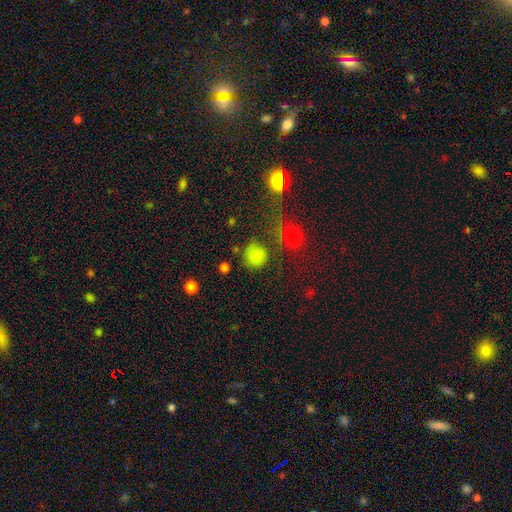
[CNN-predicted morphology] The model was most divided on "merging": none: 70%, minor disturbance: 15%, major disturbance: 7%, merger: 7%. More confident: how rounded — round (87%); smooth or featured — smooth (78%).